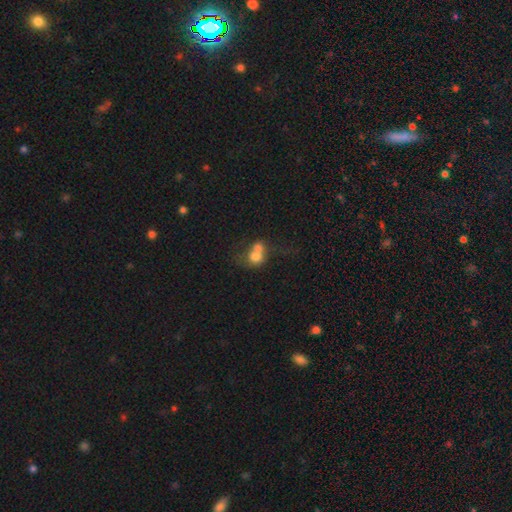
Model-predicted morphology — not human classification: smooth-or-featured: smooth: 66% | featured or disk: 24% | star or artifact: 11%
  how-rounded: round: 65% | in between: 34% | cigar-shaped: 1%
  merging: merger: 71% | none: 16% | major disturbance: 7% | minor disturbance: 6%